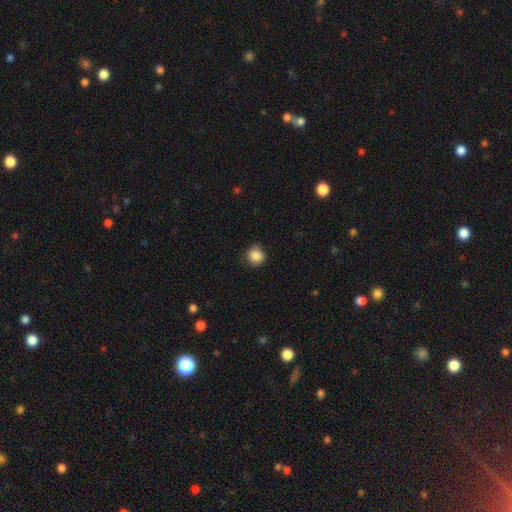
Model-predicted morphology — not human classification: This appears to be a smooth galaxy with no disk features (87%) that is round (91%). Merging: none (82%).